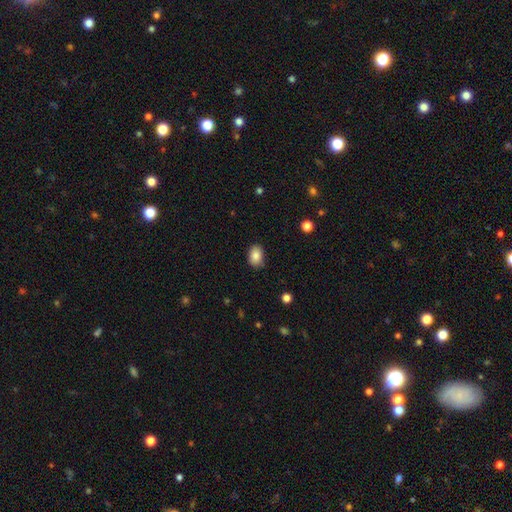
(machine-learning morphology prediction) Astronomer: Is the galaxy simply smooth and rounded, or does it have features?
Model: smooth — 86%.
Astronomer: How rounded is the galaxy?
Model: in between — 79%.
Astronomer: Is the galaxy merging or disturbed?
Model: none — 84%.